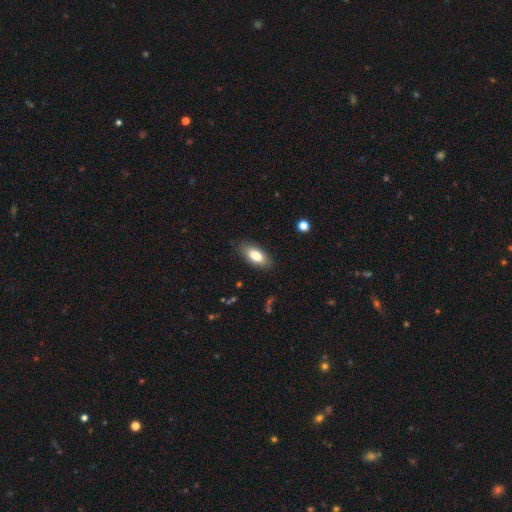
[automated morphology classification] This appears to be a smooth galaxy with no disk features (82%) that is in between round and cigar-shaped (86%). Merging: none (85%).